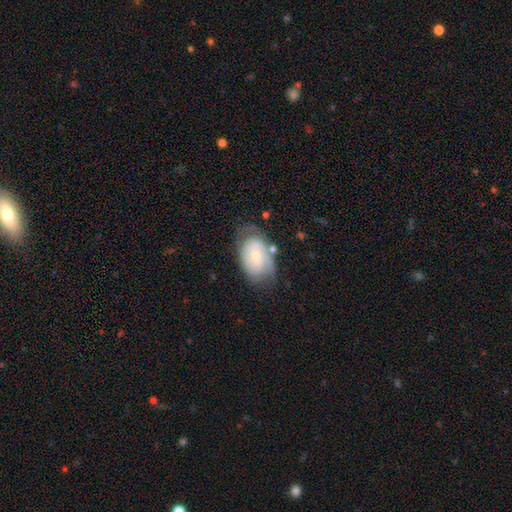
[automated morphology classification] Smooth or featured? featured or disk (64%)
Edge-on disk? no (96%)
Bar? no (68%)
Spiral arms? yes (84%)
Spiral winding? tight (55%)
Spiral arm count? 2 (45%)
Bulge size? small (66%)
Merging? none (62%)